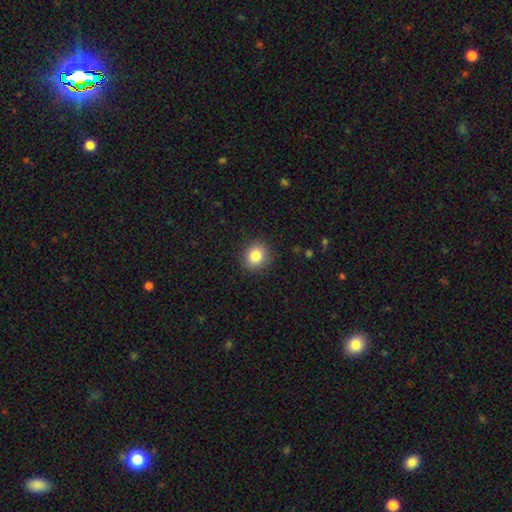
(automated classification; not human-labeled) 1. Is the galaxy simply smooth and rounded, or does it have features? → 84% smooth, 10% star or artifact, 6% featured or disk.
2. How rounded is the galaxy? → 83% round, 17% in between, 1% cigar-shaped.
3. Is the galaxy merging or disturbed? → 90% none, 7% minor disturbance, 2% major disturbance, 1% merger.